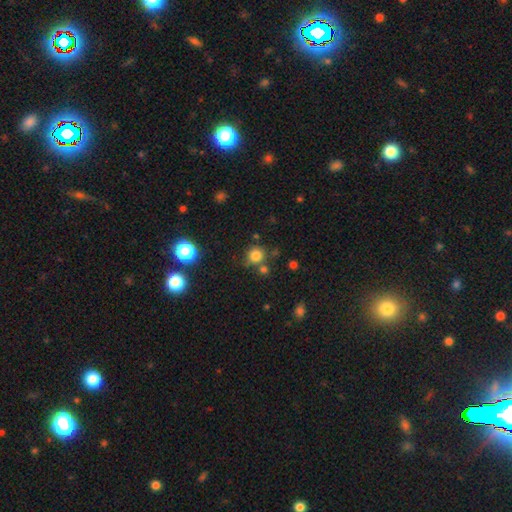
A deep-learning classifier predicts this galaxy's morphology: smooth_or_featured: smooth (p=0.80) [alt: star or artifact p=0.14]
how_rounded: round (p=0.89) [alt: in between p=0.10]
merging: none (p=0.72) [alt: minor disturbance p=0.13]